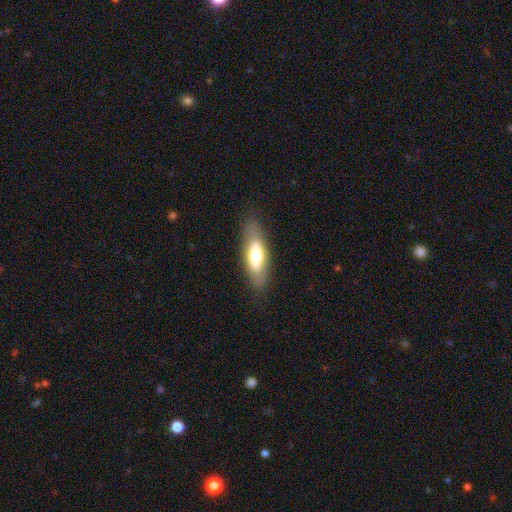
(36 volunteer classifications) smooth-or-featured: smooth: 78% | featured or disk: 22% | star or artifact: 0%
  how-rounded: in between: 64% | cigar-shaped: 36% | round: 0%
  merging: none: 86% | minor disturbance: 11% | major disturbance: 3% | merger: 0%